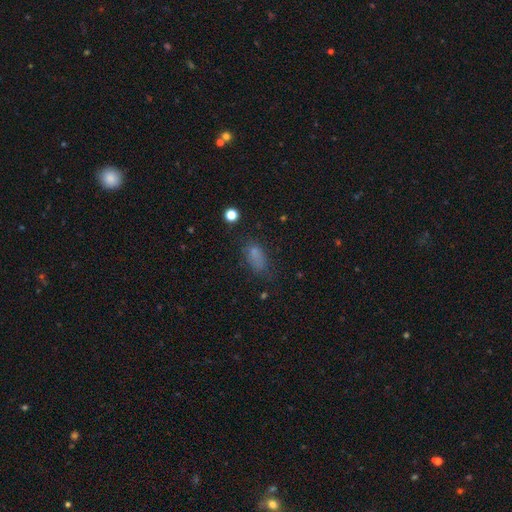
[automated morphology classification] A smooth galaxy with no disk features (73%) that is in between round and cigar-shaped (83%).

Vote fractions:
- Smooth or featured? smooth: 73% / star or artifact: 17% / featured or disk: 10%
- How rounded? in between: 83% / cigar-shaped: 10% / round: 7%
- Merging? none: 56% / minor disturbance: 26% / major disturbance: 15% / merger: 3%